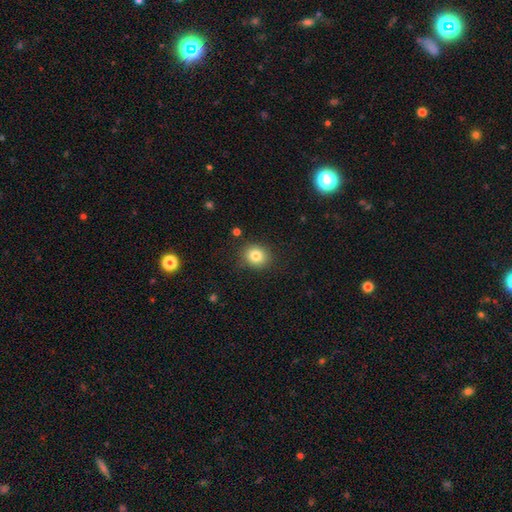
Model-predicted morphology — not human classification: Smooth or featured: smooth — 82% (star or artifact — 10%)
How rounded: round — 75% (in between — 24%)
Merging: none — 87% (minor disturbance — 9%)